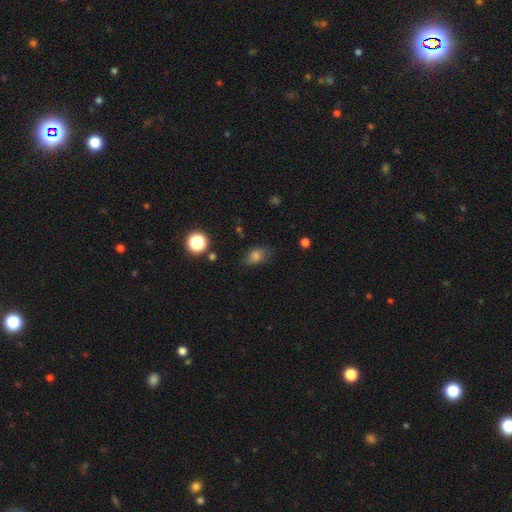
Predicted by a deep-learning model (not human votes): Overall: smooth (73%). How rounded: in between (77%). Merging: none (62%; minor disturbance 27%).